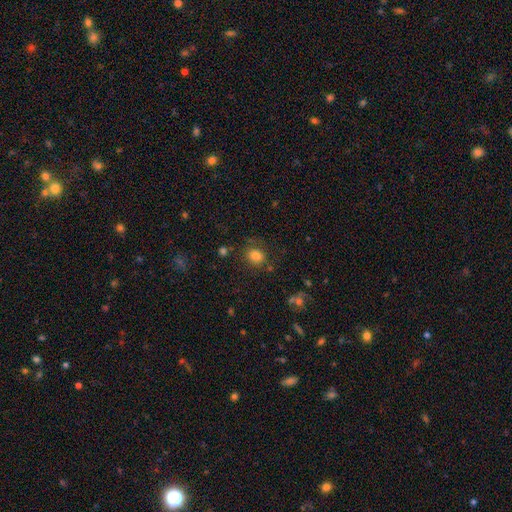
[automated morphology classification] Overall: smooth (81%). How rounded: round (67%; in between 32%). Merging: none (78%).